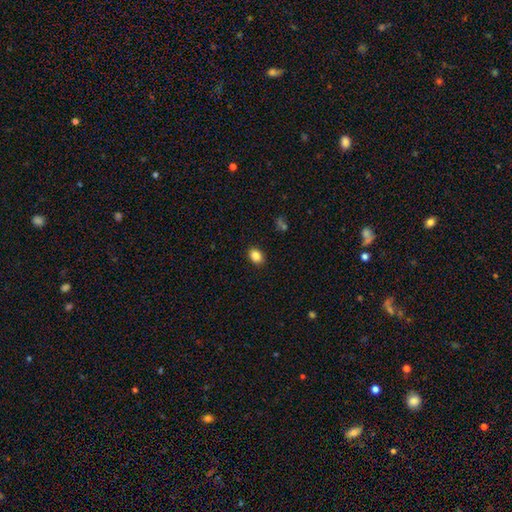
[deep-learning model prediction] Smooth or featured? Predicted: smooth (p=0.85). How rounded? Predicted: in between (p=0.71). Merging? Predicted: none (p=0.89).